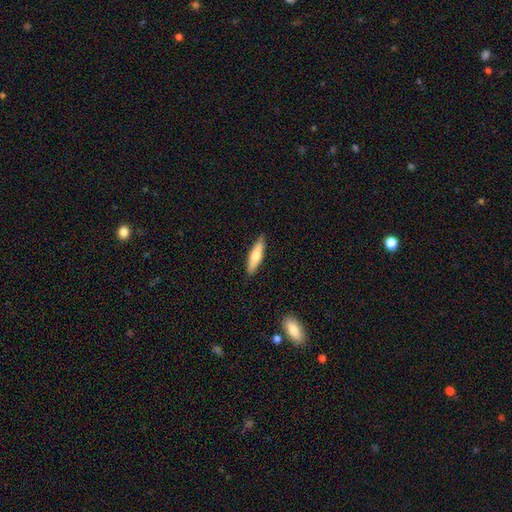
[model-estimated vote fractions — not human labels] This is likely a smooth galaxy (65%). How rounded: likely cigar-shaped (71%). Merging: clearly none (87%).